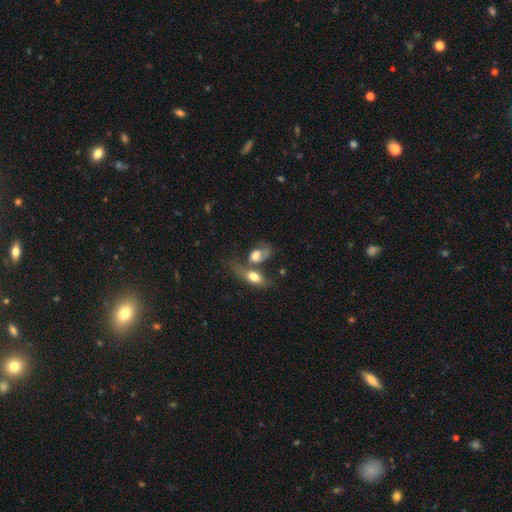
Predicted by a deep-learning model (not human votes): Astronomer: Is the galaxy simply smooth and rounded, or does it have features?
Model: smooth — 62%.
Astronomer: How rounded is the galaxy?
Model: in between — 74%.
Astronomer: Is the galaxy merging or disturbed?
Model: merger — 53%.